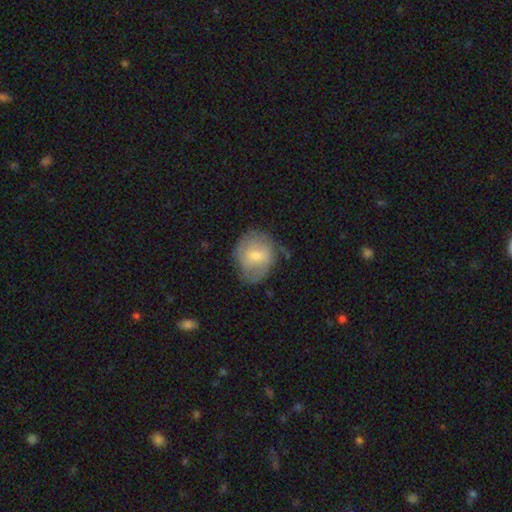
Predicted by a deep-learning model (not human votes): Morphology: type=smooth (53%); roundness=round (57%); merging=none (61%).